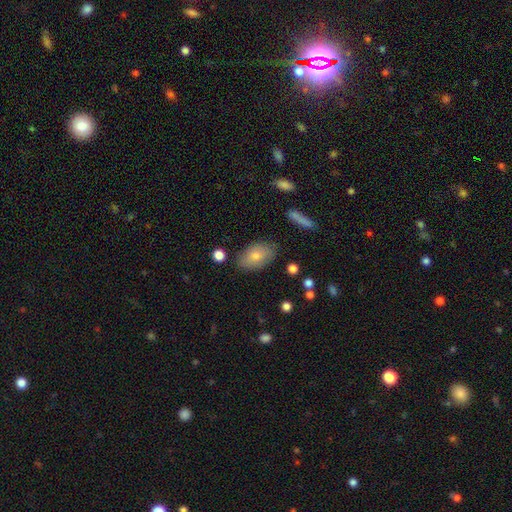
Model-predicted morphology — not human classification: smooth_or_featured: smooth (p=0.73) [alt: featured or disk p=0.18]
how_rounded: in between (p=0.90) [alt: round p=0.08]
merging: none (p=0.81) [alt: minor disturbance p=0.14]